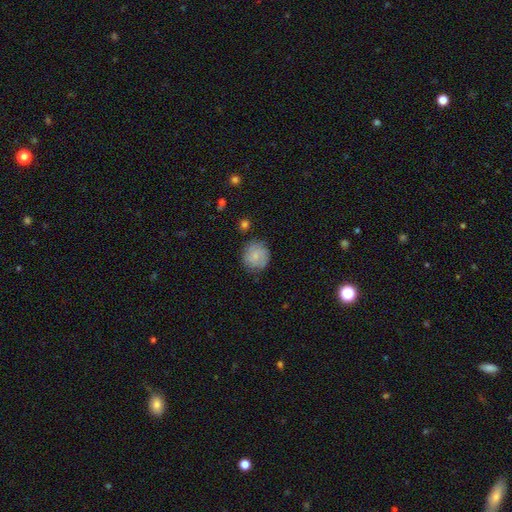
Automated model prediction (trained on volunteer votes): Q: Smooth or featured?
A: smooth (72%); runner-up: featured or disk (20%)
Q: How rounded?
A: round (89%); runner-up: in between (11%)
Q: Merging?
A: none (78%); runner-up: minor disturbance (16%)